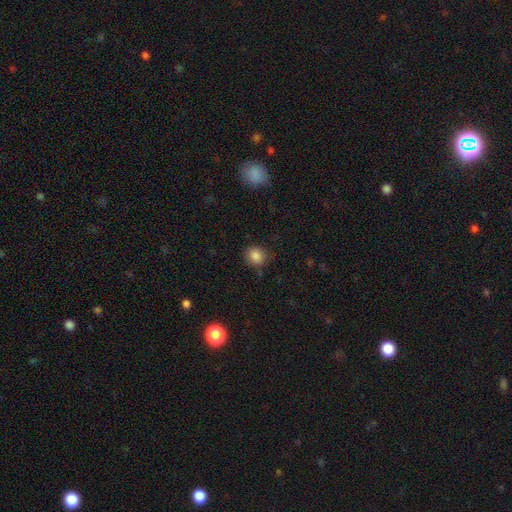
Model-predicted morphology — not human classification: type=smooth (86%); roundness=round (77%); merging=none (83%).